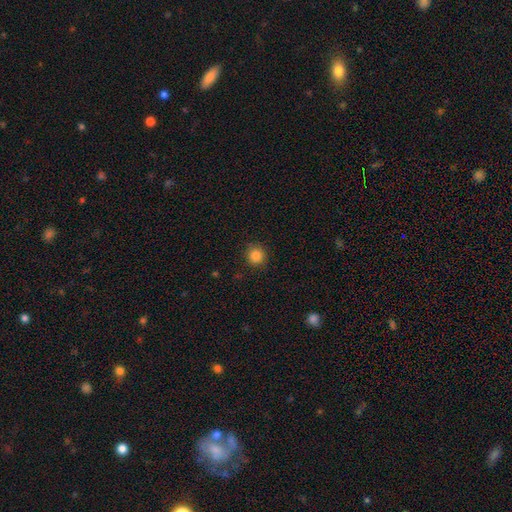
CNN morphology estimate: This is clearly a smooth galaxy (86%). How rounded: clearly round (91%). Merging: clearly none (90%).